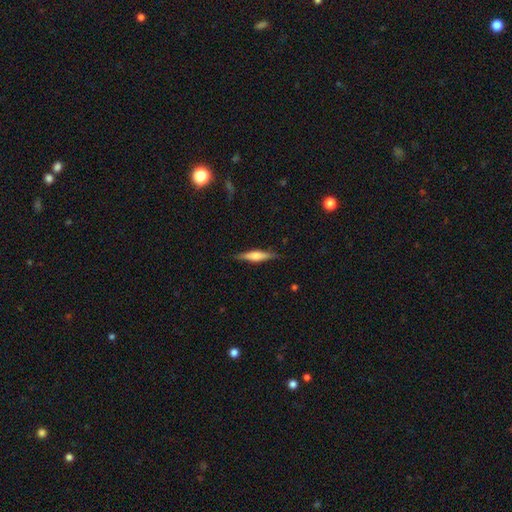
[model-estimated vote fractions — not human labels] Smooth or featured? featured or disk (53%)
Edge-on disk? yes (96%)
Edge-on bulge? rounded (76%)
Merging? none (87%)